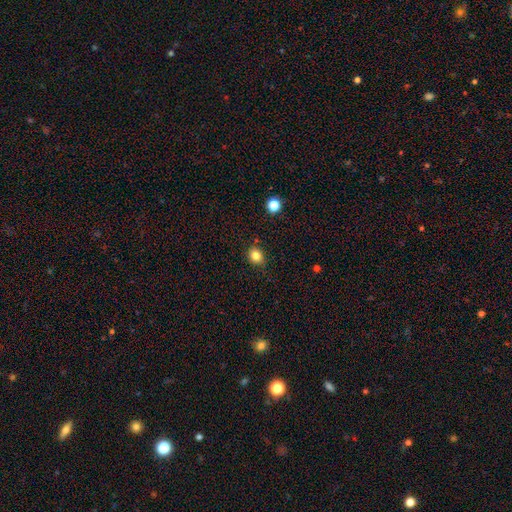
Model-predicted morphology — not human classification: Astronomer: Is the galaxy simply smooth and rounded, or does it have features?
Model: smooth — 82%.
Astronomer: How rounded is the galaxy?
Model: round — 59% (runner-up: in between, 40%).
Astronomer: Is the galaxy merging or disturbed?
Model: none — 85%.